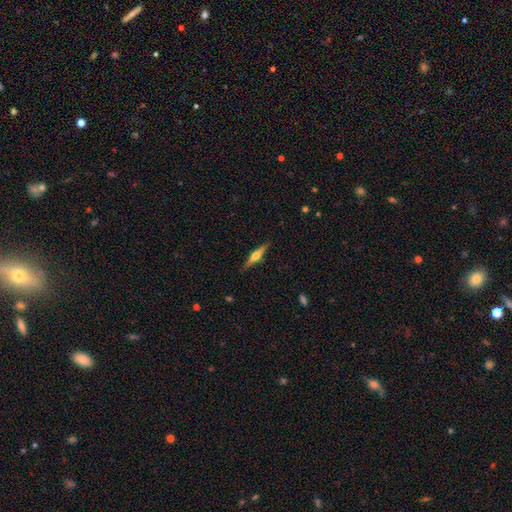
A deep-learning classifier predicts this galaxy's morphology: Smooth or featured? Predicted: featured or disk (p=0.72). Edge-on disk? Predicted: yes (p=0.98). Edge-on bulge? Predicted: rounded (p=0.91). Merging? Predicted: none (p=0.89).